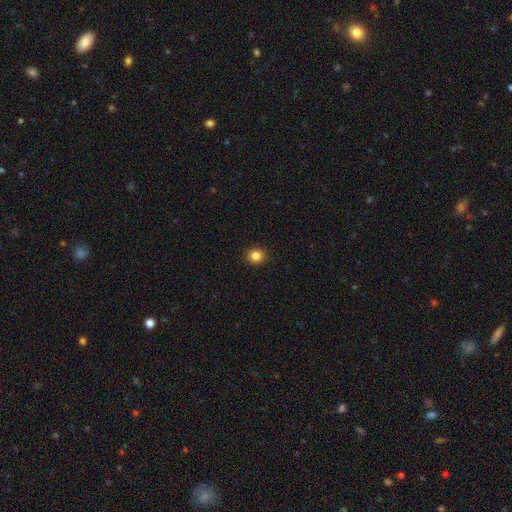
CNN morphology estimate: smooth_or_featured: smooth (p=0.85) [alt: star or artifact p=0.11]
how_rounded: round (p=0.81) [alt: in between p=0.18]
merging: none (p=0.92) [alt: minor disturbance p=0.05]